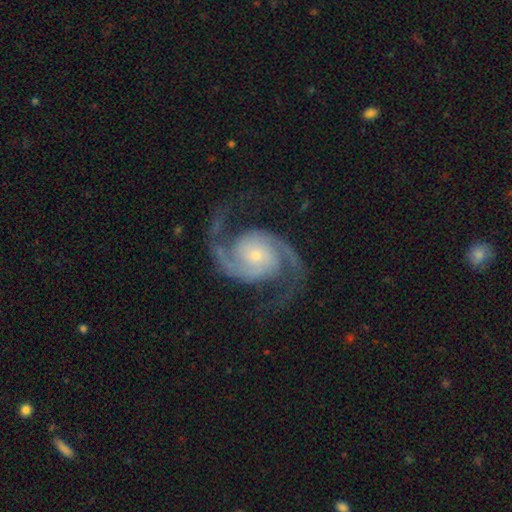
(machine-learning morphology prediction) Smooth or featured?
  - featured or disk: 94% *
  - star or artifact: 4%
  - smooth: 2%
Edge-on disk?
  - no: 98% *
  - yes: 2%
Bar?
  - no: 68% *
  - weak: 22%
  - strong: 9%
Spiral arms?
  - yes: 99% *
  - no: 1%
Spiral winding?
  - medium: 62% *
  - tight: 19%
  - loose: 19%
Spiral arm count?
  - 2: 94% *
  - 3: 1%
  - can't tell: 1%
  - 1: 1%
  - 4: 1%
  - more than 4: 1%
Bulge size?
  - small: 71% *
  - moderate: 23%
  - large: 3%
  - none: 2%
  - dominant: 1%
Merging?
  - none: 80% *
  - minor disturbance: 12%
  - major disturbance: 7%
  - merger: 1%